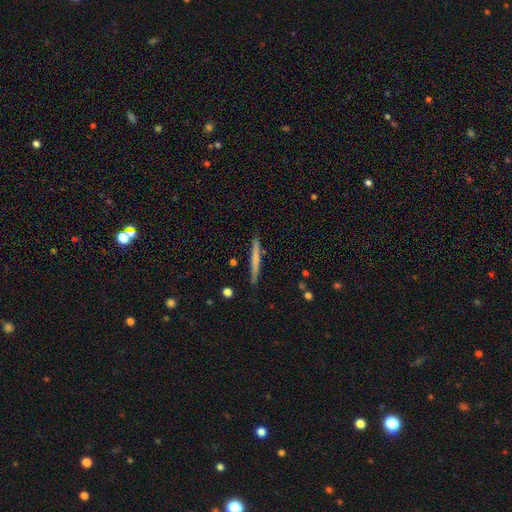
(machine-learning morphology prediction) Overall: smooth (51%; featured or disk 42%). How rounded: cigar-shaped (96%). Merging: none (89%).